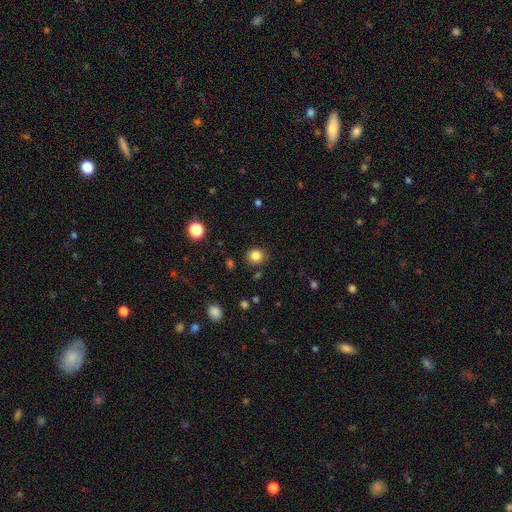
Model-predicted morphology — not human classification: A smooth galaxy with no disk features (83%) that is round (83%). Merging: none (85%).